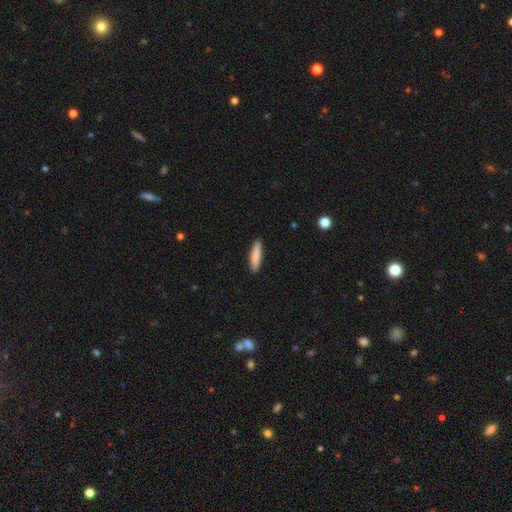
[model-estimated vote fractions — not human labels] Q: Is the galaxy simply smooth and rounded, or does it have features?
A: smooth — 86%.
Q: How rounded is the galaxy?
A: cigar-shaped — 82%.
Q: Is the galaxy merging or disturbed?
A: none — 91%.